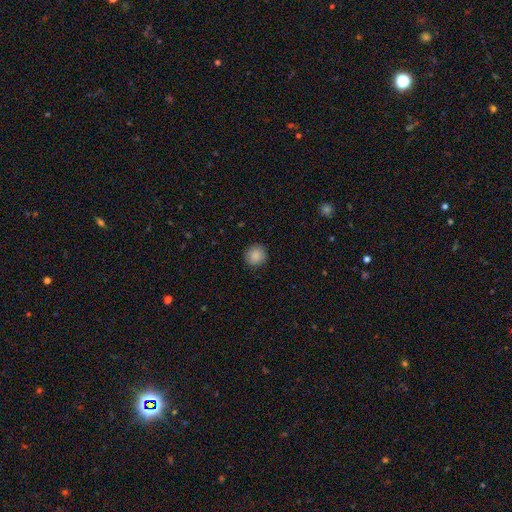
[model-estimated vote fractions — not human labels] This is clearly a smooth galaxy (88%). How rounded: clearly round (92%). Merging: clearly none (90%).